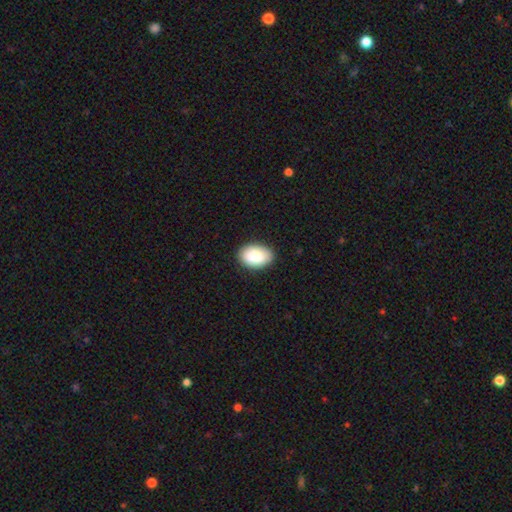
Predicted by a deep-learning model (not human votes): A smooth galaxy with no disk features (87%) that is in between round and cigar-shaped (88%). Merging: none (88%).